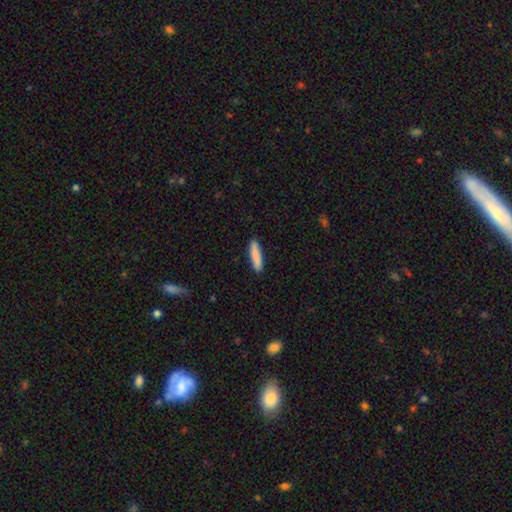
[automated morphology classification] This is clearly a smooth galaxy (87%). How rounded: clearly cigar-shaped (81%). Merging: clearly none (90%).